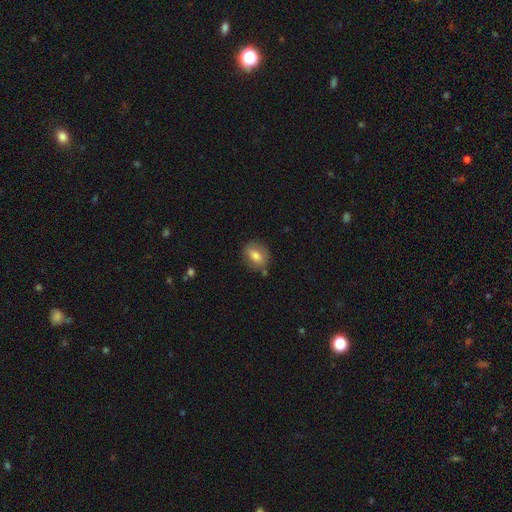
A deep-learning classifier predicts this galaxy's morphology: This is likely a smooth galaxy (74%). How rounded: likely in between (65%). Merging: likely none (78%).